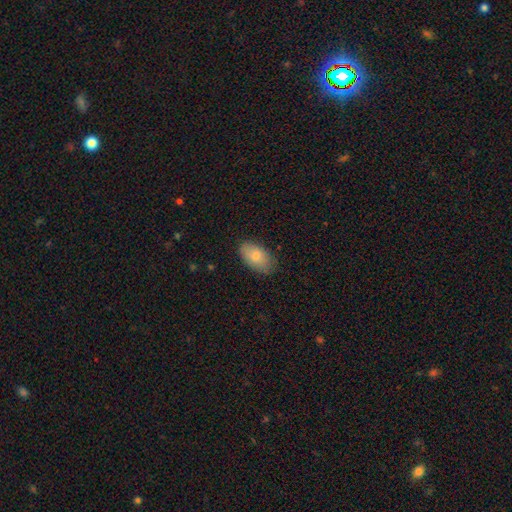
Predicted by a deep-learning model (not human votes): smooth_or_featured: smooth (p=0.77) [alt: featured or disk p=0.16]
how_rounded: in between (p=0.93) [alt: round p=0.05]
merging: none (p=0.83) [alt: minor disturbance p=0.14]